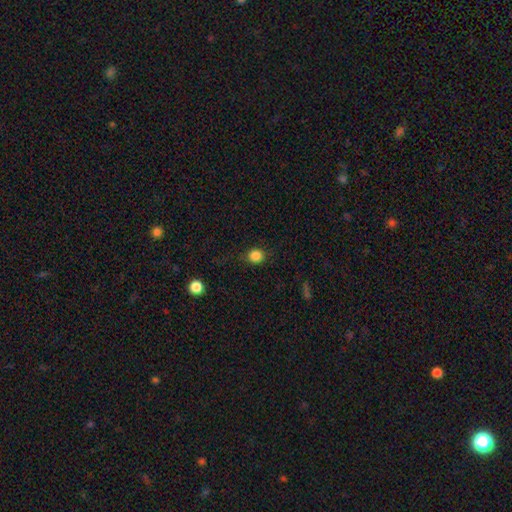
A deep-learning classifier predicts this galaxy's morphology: smooth 84%, star or artifact 11%, featured or disk 4%. Down the decision tree: how rounded — round (85%); merging — none (81%).